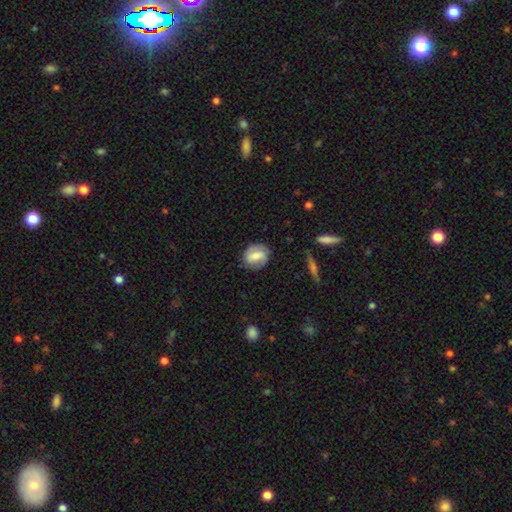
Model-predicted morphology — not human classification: This is possibly a smooth galaxy (54%). How rounded: possibly round (52%). Merging: likely none (77%).